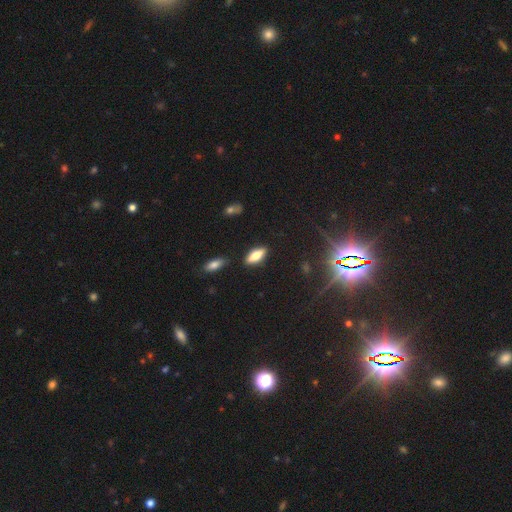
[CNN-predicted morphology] smooth_or_featured: smooth (p=0.67) [alt: featured or disk p=0.25]
how_rounded: in between (p=0.68) [alt: cigar-shaped p=0.30]
merging: none (p=0.85) [alt: minor disturbance p=0.11]